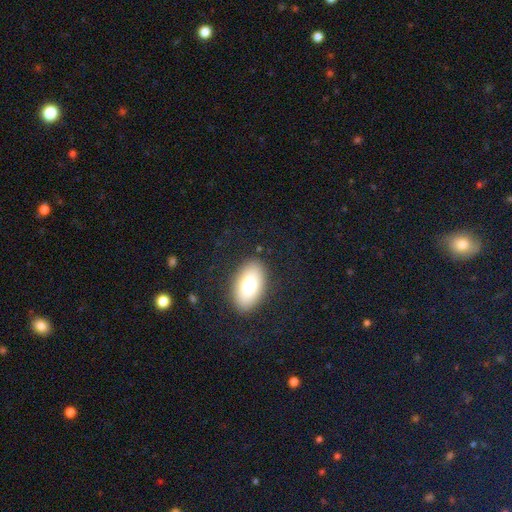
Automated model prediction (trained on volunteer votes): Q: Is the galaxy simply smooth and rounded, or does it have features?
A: smooth — 73%.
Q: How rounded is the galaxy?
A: in between — 90%.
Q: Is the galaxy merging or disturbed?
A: none — 85%.